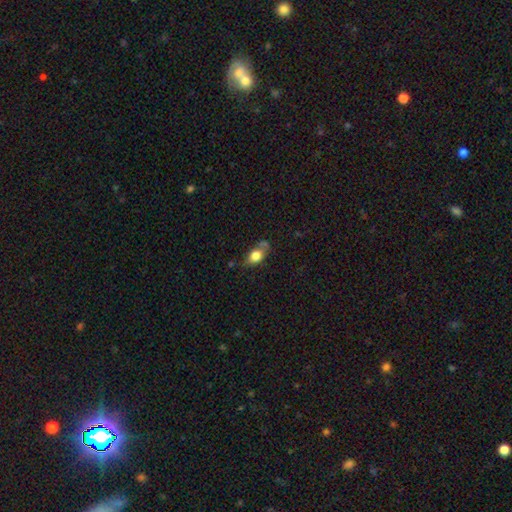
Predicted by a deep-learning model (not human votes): Q: Smooth or featured?
A: smooth (76%); runner-up: featured or disk (16%)
Q: How rounded?
A: in between (76%); runner-up: round (20%)
Q: Merging?
A: none (49%); runner-up: minor disturbance (29%)